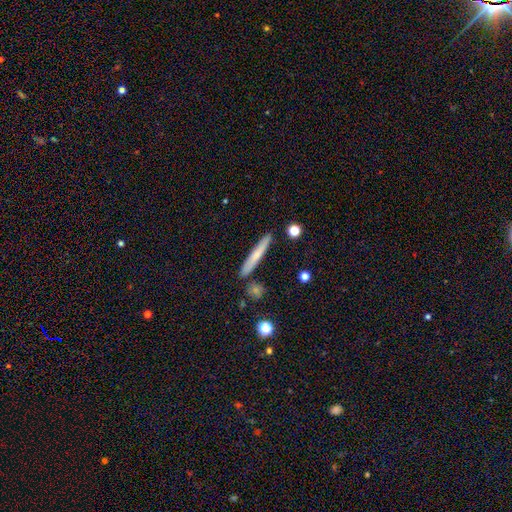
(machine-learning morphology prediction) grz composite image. It shows a smooth galaxy with no disk features (58%) that is cigar-shaped (95%). Merging: none (85%).